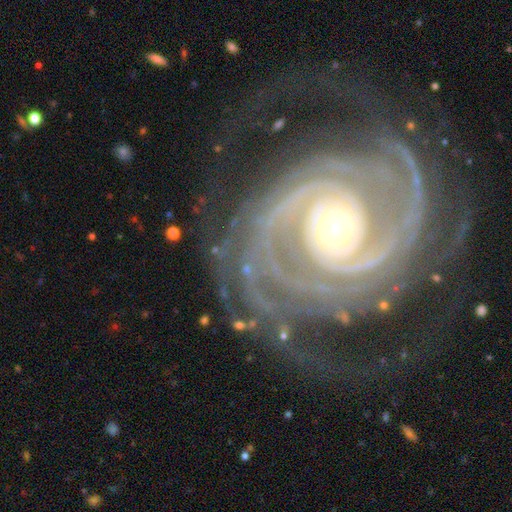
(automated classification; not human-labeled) Smooth or featured? featured or disk (93%)
Edge-on disk? no (98%)
Bar? no (65%)
Spiral arms? yes (99%)
Spiral winding? tight (74%)
Spiral arm count? 2 (40%)
Bulge size? small (57%)
Merging? none (69%)